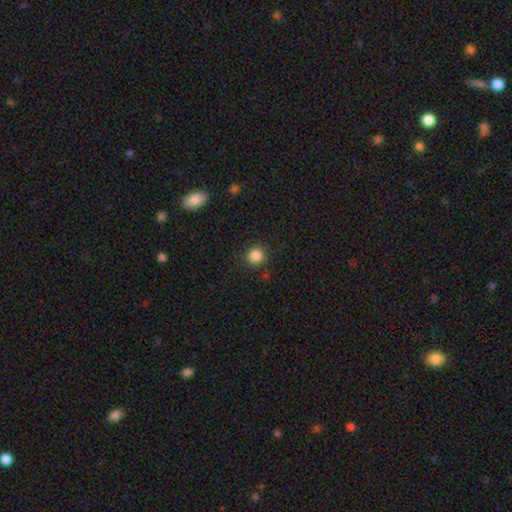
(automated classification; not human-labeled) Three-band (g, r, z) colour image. It shows a smooth galaxy with no disk features (86%) that is round (93%). Merging: none (87%).